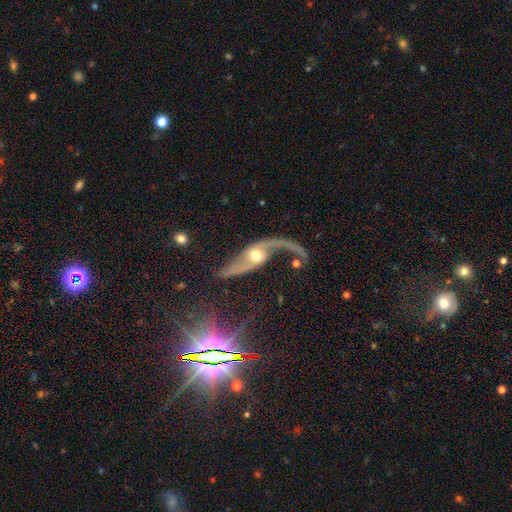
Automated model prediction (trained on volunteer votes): This appears to be a featured or disk galaxy (85%) with no bar (60%), 2 (87%) loose (89%) spiral arms (92%) and a moderate central bulge (68%). Merging: none (52%).